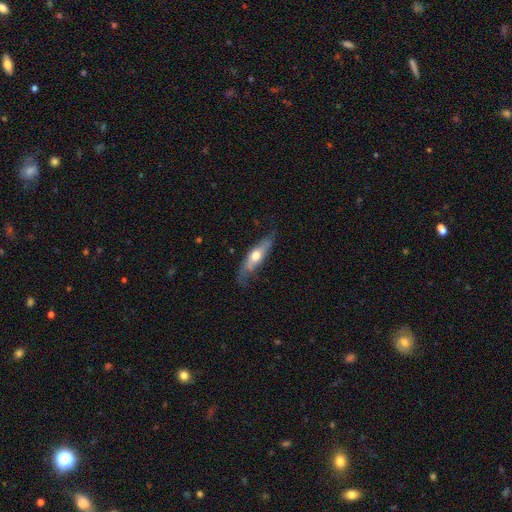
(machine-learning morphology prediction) This is possibly a featured or disk galaxy (51%). It is possibly viewed edge-on (54%). Merging: likely none (65%).